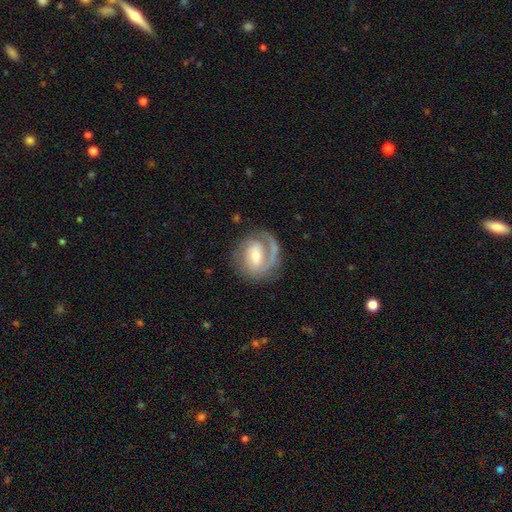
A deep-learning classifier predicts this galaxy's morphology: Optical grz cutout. It shows a featured or disk galaxy (82%) with a weak bar (46%), 1 (48%) tight (51%) spiral arms (93%) and a moderate central bulge (58%). Merging: none (69%).